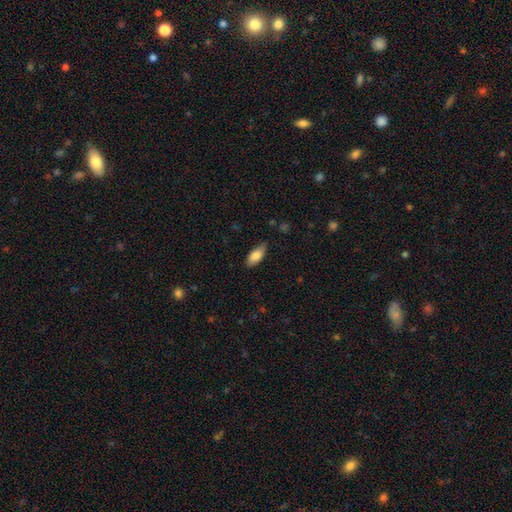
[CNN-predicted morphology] This is clearly a smooth galaxy (81%). How rounded: clearly in between (84%). Merging: likely none (79%).